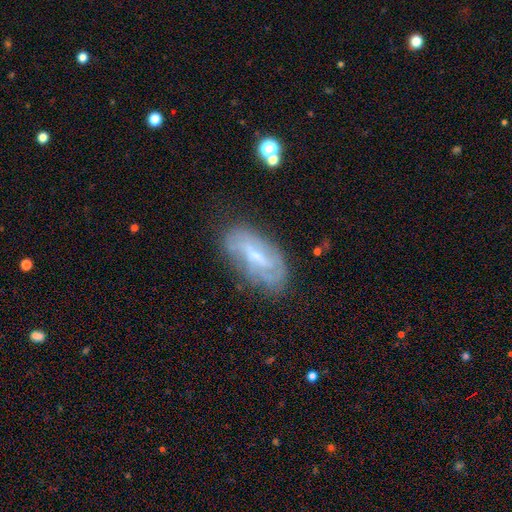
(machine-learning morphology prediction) This is likely a featured or disk galaxy (67%). It is clearly not viewed edge-on (90%). Bar: possibly weak (50%). Spiral arm pattern: likely yes (75%). Central bulge: possibly small (53%). Merging: likely none (68%).